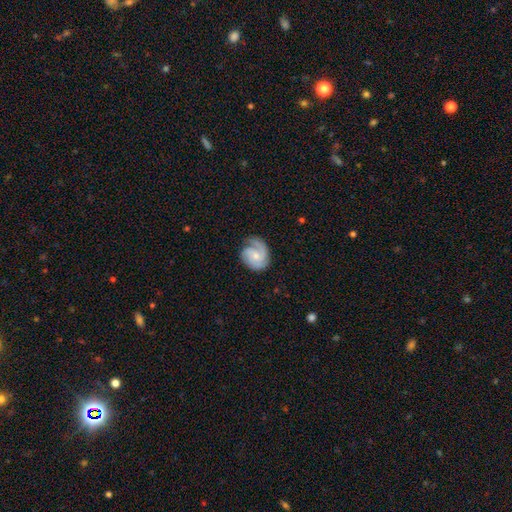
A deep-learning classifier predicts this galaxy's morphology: smooth_or_featured: featured or disk (p=0.74) [alt: smooth p=0.20]
disk_edge_on: no (p=0.98) [alt: yes p=0.02]
bar: no (p=0.65) [alt: weak p=0.30]
has_spiral_arms: yes (p=0.95) [alt: no p=0.05]
spiral_winding: tight (p=0.44) [alt: medium p=0.40]
spiral_arm_count: 2 (p=0.36) [alt: 1 p=0.31]
bulge_size: small (p=0.54) [alt: moderate p=0.38]
merging: none (p=0.63) [alt: minor disturbance p=0.23]